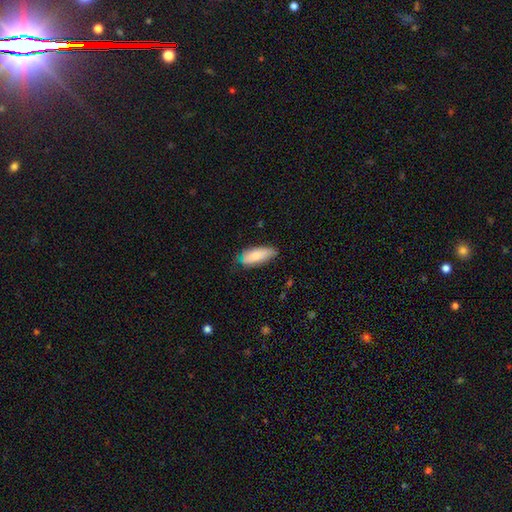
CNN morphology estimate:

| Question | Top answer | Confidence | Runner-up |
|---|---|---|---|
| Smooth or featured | smooth | 83% | featured or disk (11%) |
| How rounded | in between | 76% | cigar-shaped (22%) |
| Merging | none | 59% | minor disturbance (33%) |